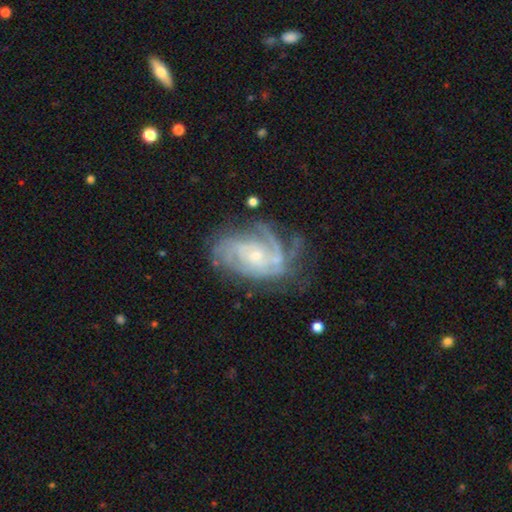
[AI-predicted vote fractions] featured or disk 87%, smooth 7%, star or artifact 6%. Down the decision tree: edge-on disk — no (97%); bar — no (68%); spiral arms — yes (96%); spiral arm count — can't tell (27%); spiral winding — tight (60%); bulge size — small (69%); merging — none (58%).